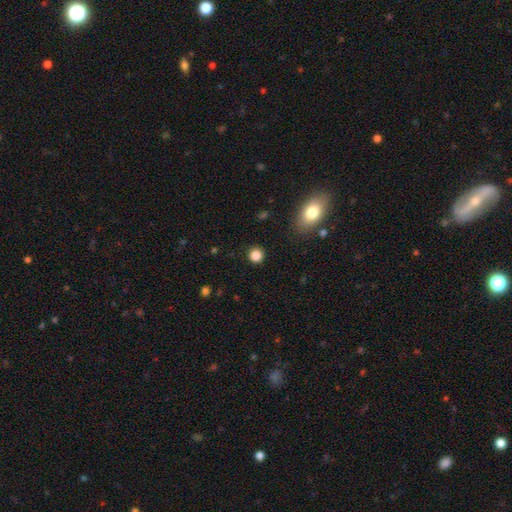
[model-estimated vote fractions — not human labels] Smooth or featured? Predicted: smooth (p=0.85). How rounded? Predicted: round (p=0.92). Merging? Predicted: none (p=0.91).